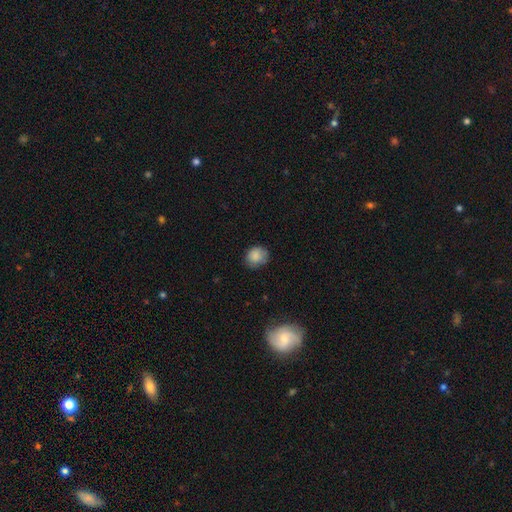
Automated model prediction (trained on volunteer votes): smooth_or_featured: smooth (p=0.86) [alt: star or artifact p=0.09]
how_rounded: round (p=0.67) [alt: in between p=0.32]
merging: none (p=0.72) [alt: minor disturbance p=0.22]